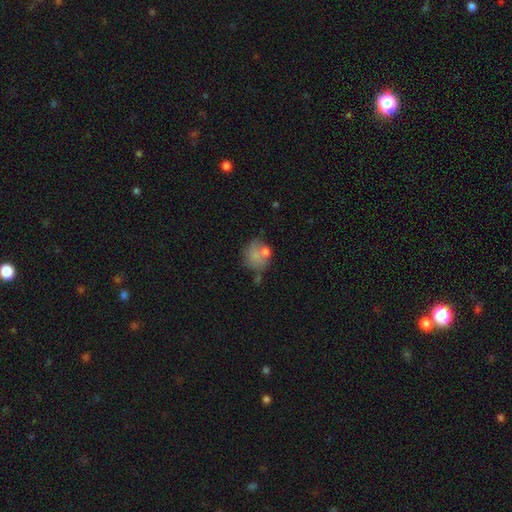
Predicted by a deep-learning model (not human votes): A smooth galaxy with no disk features (69%) that is round (70%). Merging: none (45%).